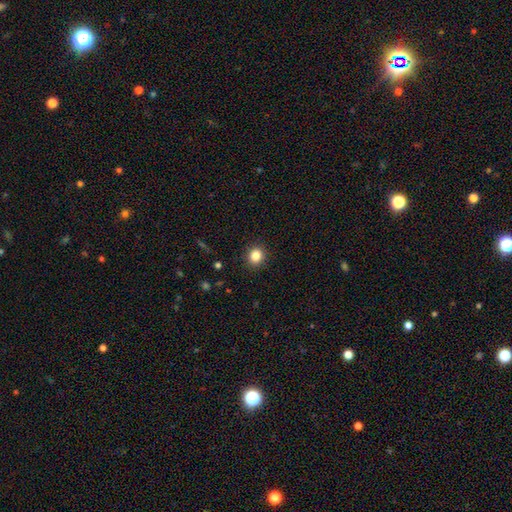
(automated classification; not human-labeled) smooth-or-featured: smooth: 85% | star or artifact: 11% | featured or disk: 4%
  how-rounded: round: 86% | in between: 13% | cigar-shaped: 1%
  merging: none: 91% | minor disturbance: 6% | major disturbance: 2% | merger: 1%